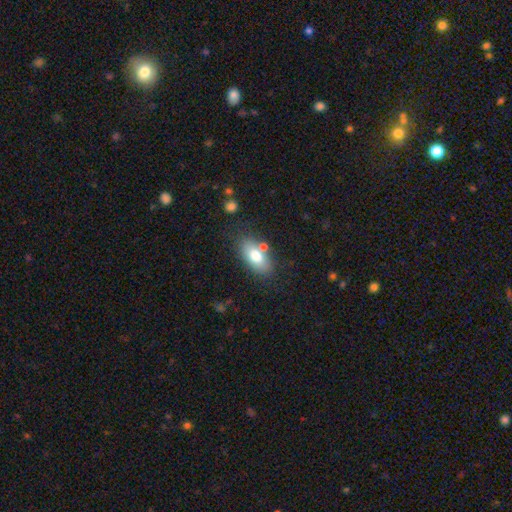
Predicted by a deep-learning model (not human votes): Q: Smooth or featured?
A: smooth (75%); runner-up: featured or disk (17%)
Q: How rounded?
A: in between (88%); runner-up: round (6%)
Q: Merging?
A: none (70%); runner-up: minor disturbance (14%)